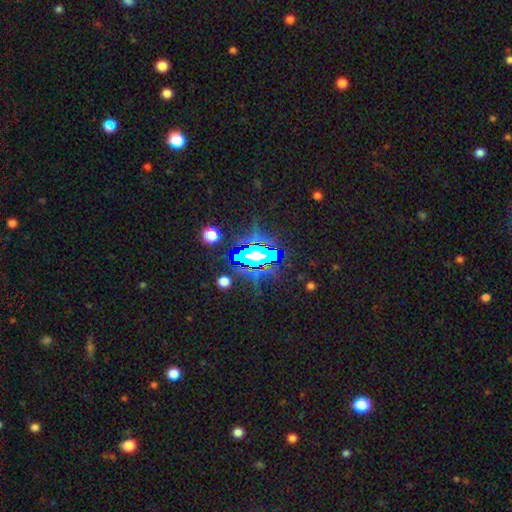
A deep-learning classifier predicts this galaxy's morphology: type=star or artifact (65%).